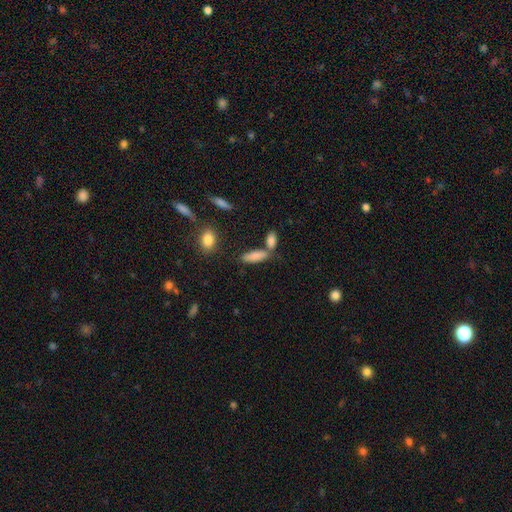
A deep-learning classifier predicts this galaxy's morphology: smooth-or-featured: smooth: 82% | featured or disk: 10% | star or artifact: 8%
  how-rounded: in between: 56% | cigar-shaped: 41% | round: 3%
  merging: none: 58% | merger: 26% | minor disturbance: 12% | major disturbance: 4%